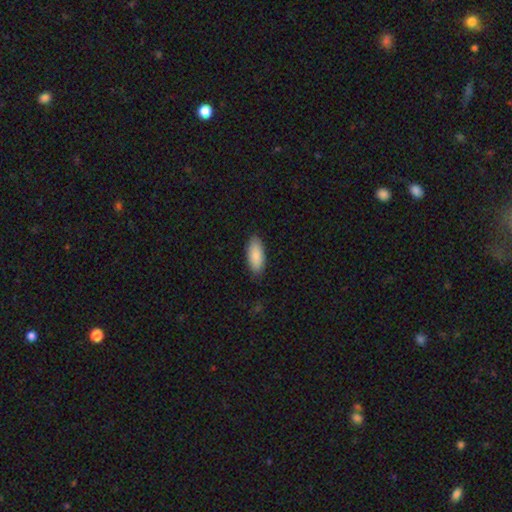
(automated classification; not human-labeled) Q: Smooth or featured?
A: smooth (87%); runner-up: featured or disk (7%)
Q: How rounded?
A: in between (87%); runner-up: cigar-shaped (12%)
Q: Merging?
A: none (86%); runner-up: minor disturbance (11%)